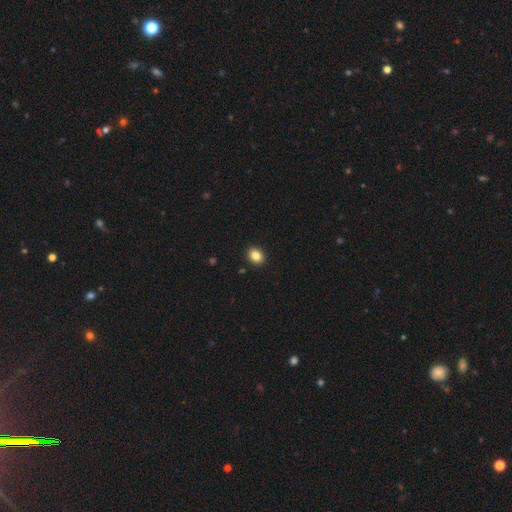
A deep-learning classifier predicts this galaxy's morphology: smooth-or-featured: smooth: 85% | star or artifact: 10% | featured or disk: 5%
  how-rounded: in between: 51% | round: 48% | cigar-shaped: 1%
  merging: none: 91% | minor disturbance: 6% | major disturbance: 2% | merger: 1%